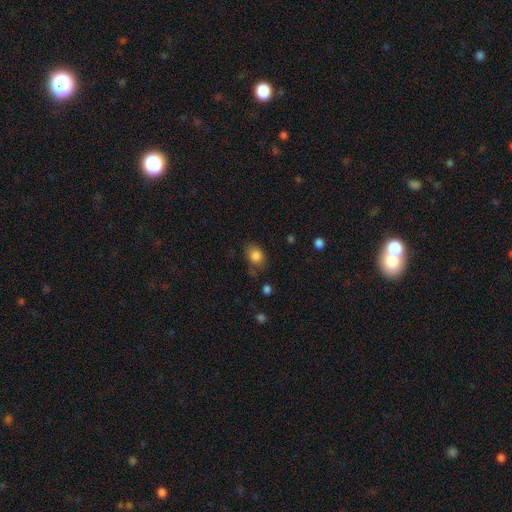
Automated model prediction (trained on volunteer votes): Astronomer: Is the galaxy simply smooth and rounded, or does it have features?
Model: smooth — 83%.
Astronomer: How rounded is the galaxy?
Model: in between — 68%.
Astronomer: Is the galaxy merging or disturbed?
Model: none — 64%.